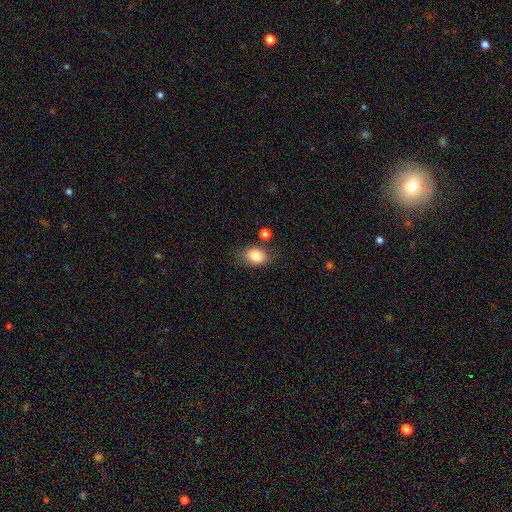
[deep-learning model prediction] Overall: smooth (83%). How rounded: in between (69%; round 30%). Merging: none (71%).